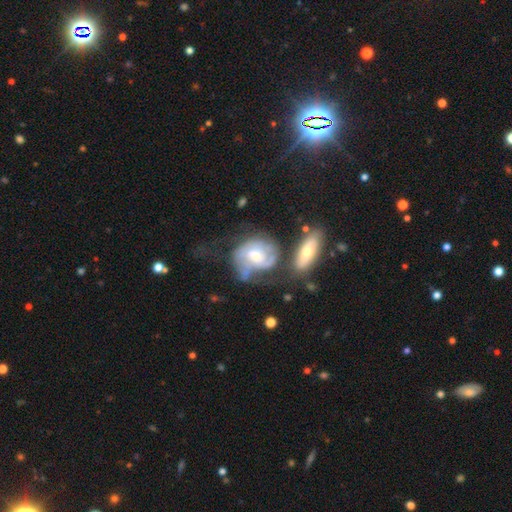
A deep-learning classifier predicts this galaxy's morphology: Q: Smooth or featured?
A: featured or disk (76%); runner-up: smooth (18%)
Q: Edge-on disk?
A: no (97%); runner-up: yes (3%)
Q: Bar?
A: no (58%); runner-up: weak (35%)
Q: Spiral arms?
A: yes (87%); runner-up: no (13%)
Q: Spiral winding?
A: tight (52%); runner-up: medium (35%)
Q: Spiral arm count?
A: 2 (43%); runner-up: can't tell (34%)
Q: Bulge size?
A: moderate (54%); runner-up: small (34%)
Q: Merging?
A: none (38%); runner-up: minor disturbance (21%)